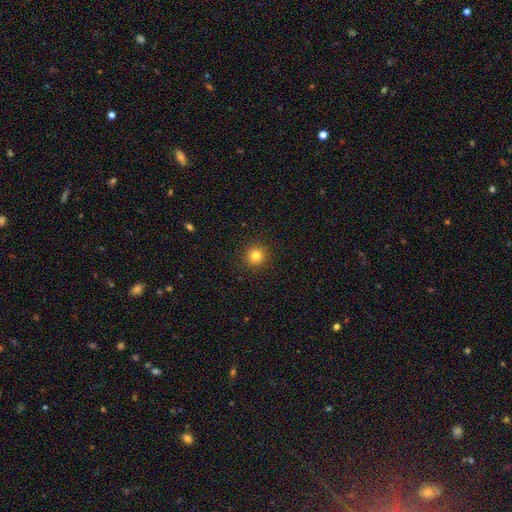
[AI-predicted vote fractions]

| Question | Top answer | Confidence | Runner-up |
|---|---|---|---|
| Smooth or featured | smooth | 82% | star or artifact (12%) |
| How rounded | round | 92% | in between (7%) |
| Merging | none | 92% | minor disturbance (5%) |